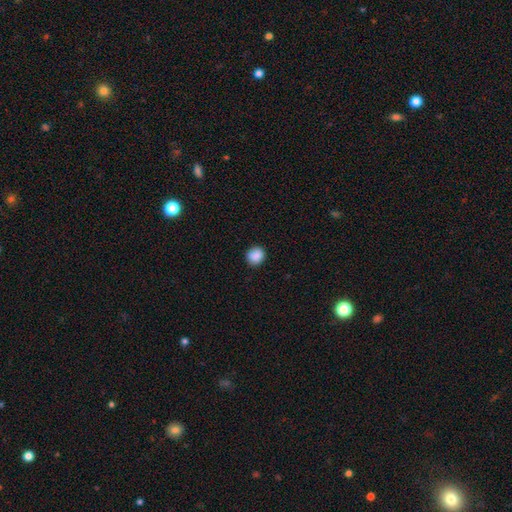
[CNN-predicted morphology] smooth-or-featured: smooth: 88% | star or artifact: 9% | featured or disk: 3%
  how-rounded: round: 83% | in between: 16% | cigar-shaped: 1%
  merging: none: 87% | minor disturbance: 10% | major disturbance: 2% | merger: 1%